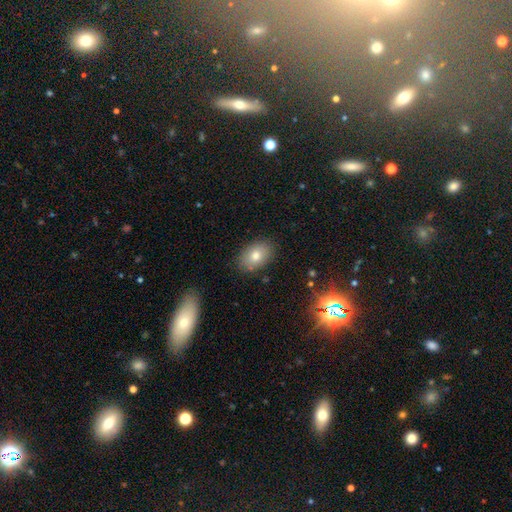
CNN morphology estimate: A smooth galaxy with no disk features (77%) that is in between round and cigar-shaped (85%). Merging: none (85%).